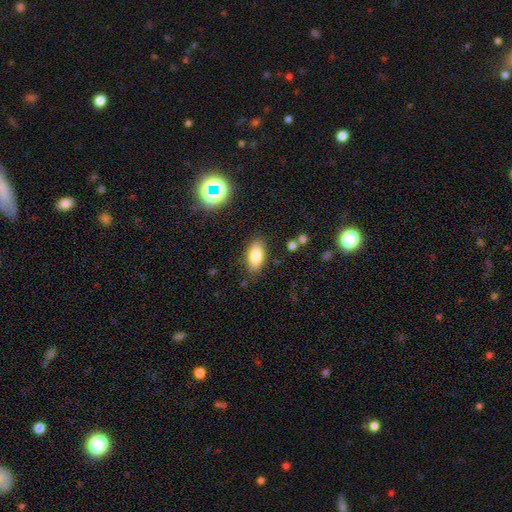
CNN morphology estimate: A smooth galaxy with no disk features (82%) that is in between round and cigar-shaped (89%).

Vote fractions:
- Smooth or featured? smooth: 82% / featured or disk: 9% / star or artifact: 9%
- How rounded? in between: 89% / cigar-shaped: 7% / round: 4%
- Merging? none: 84% / minor disturbance: 11% / major disturbance: 3% / merger: 2%